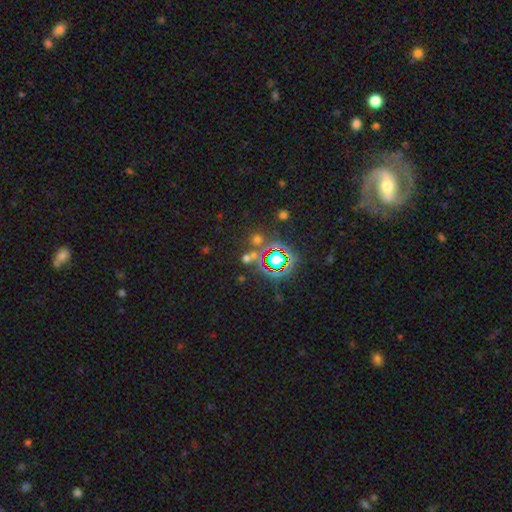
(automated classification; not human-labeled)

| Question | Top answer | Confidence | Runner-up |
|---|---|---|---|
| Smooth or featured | star or artifact | 71% | smooth (20%) |